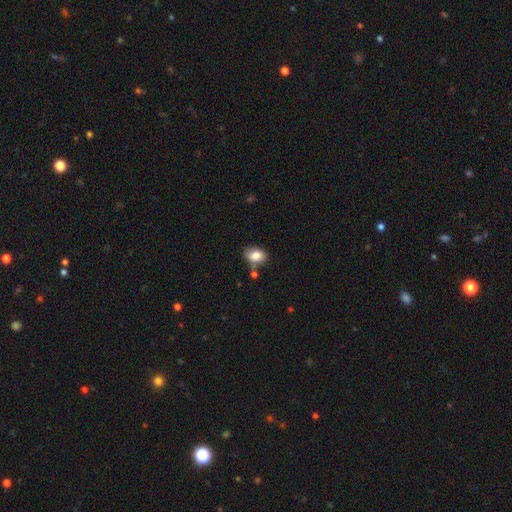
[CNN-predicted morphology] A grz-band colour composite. It shows a smooth galaxy with no disk features (84%) that is in between round and cigar-shaped (77%). Merging: none (67%).